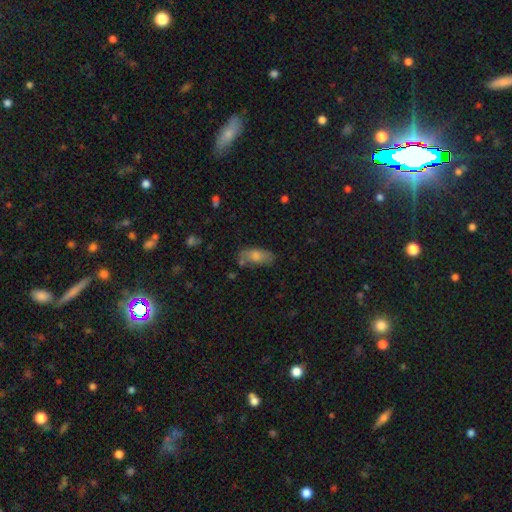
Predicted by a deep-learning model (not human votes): Overall: smooth (68%). How rounded: in between (80%). Merging: none (67%).